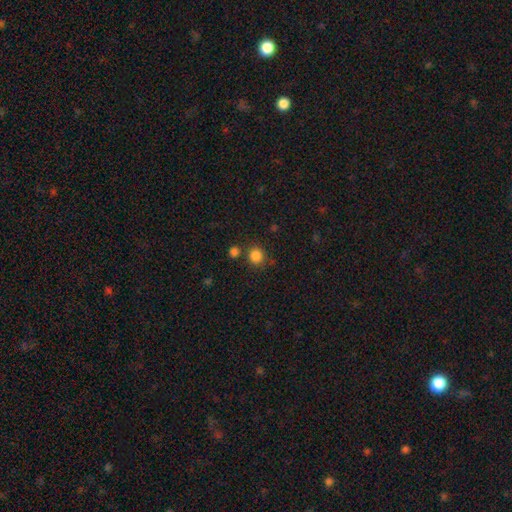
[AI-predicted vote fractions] Morphology: type=smooth (84%); roundness=round (89%); merging=none (79%).